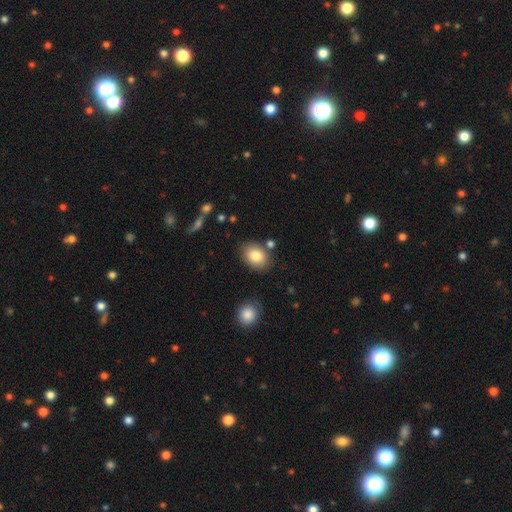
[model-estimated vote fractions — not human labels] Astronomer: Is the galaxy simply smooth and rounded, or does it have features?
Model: smooth — 83%.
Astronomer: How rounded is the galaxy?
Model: in between — 74%.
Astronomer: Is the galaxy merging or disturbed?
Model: none — 80%.